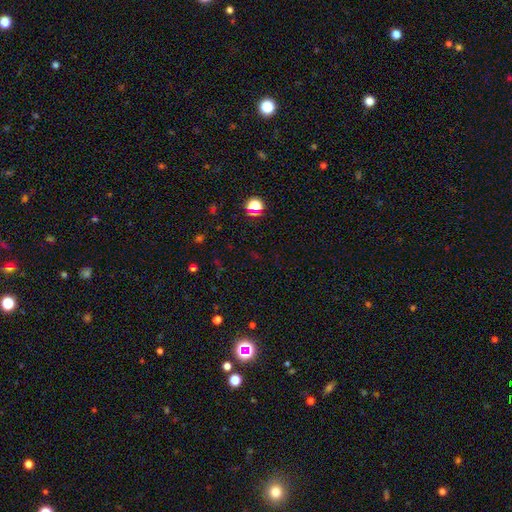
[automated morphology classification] A star or artifact, not a galaxy (67%).